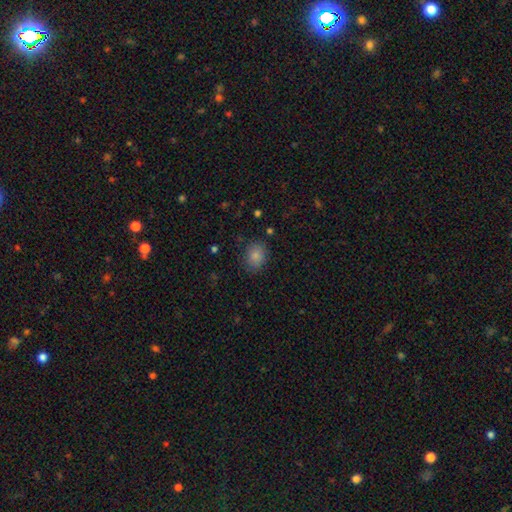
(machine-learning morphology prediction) smooth 84%, star or artifact 9%, featured or disk 7%. Down the decision tree: how rounded — round (51%); merging — none (82%).